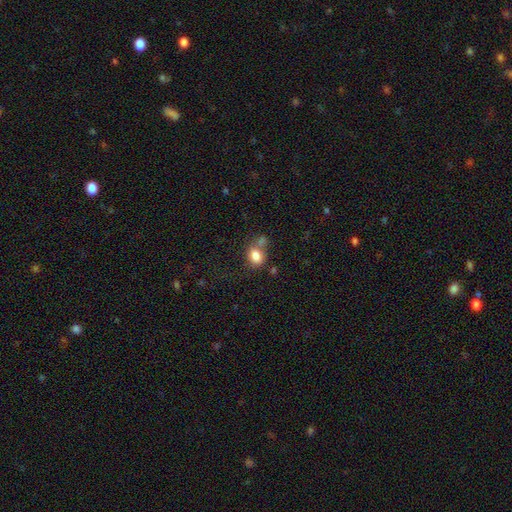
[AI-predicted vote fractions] Smooth or featured: smooth — 81% (star or artifact — 10%)
How rounded: in between — 62% (round — 37%)
Merging: none — 46% (merger — 30%)